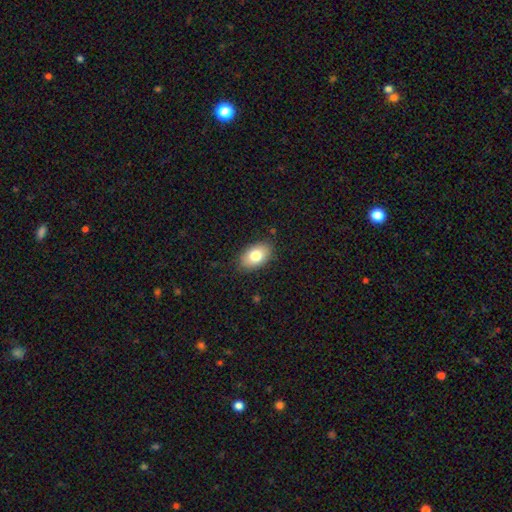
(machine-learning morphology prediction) type=smooth (79%); roundness=in between (91%); merging=none (86%).